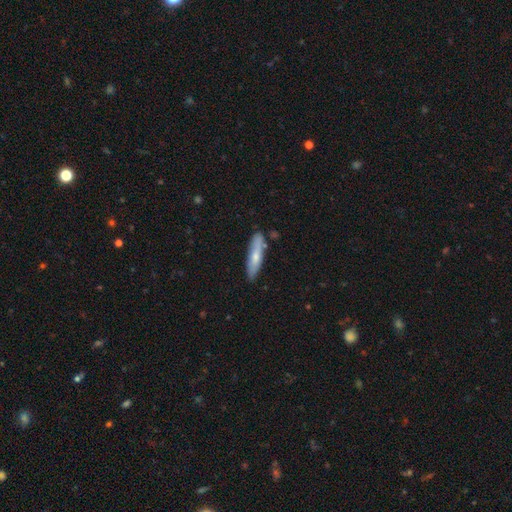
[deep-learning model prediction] This is likely a smooth galaxy (65%). How rounded: likely cigar-shaped (79%). Merging: likely none (79%).